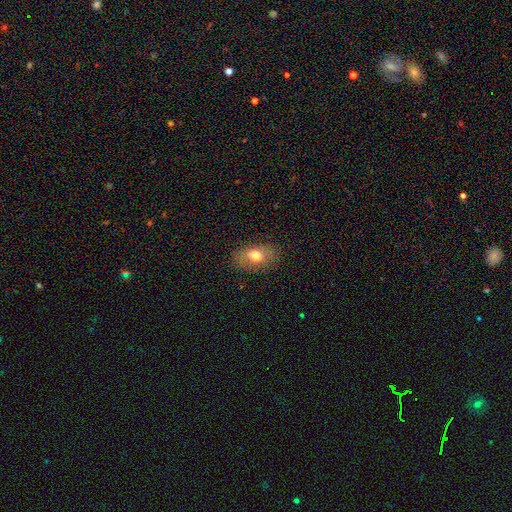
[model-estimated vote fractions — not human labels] This is likely a smooth galaxy (72%). How rounded: clearly in between (82%). Merging: clearly none (81%).